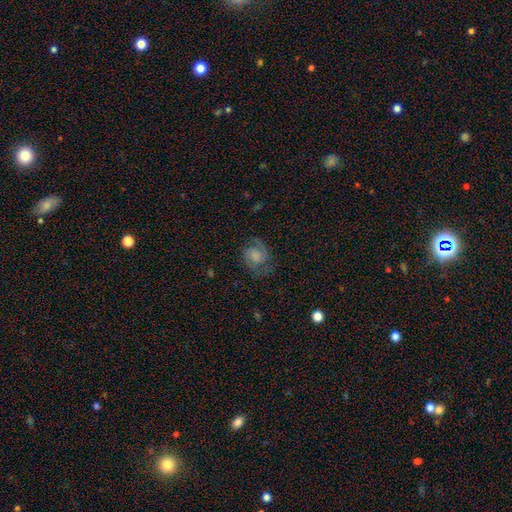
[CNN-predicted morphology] type=featured or disk (53%); edge-on=no (97%); bar=no (72%); spiral arms=yes (87%); bulge=none (29%); merging=none (65%).